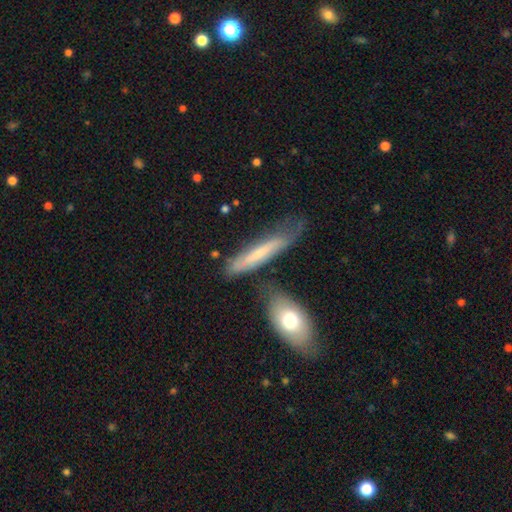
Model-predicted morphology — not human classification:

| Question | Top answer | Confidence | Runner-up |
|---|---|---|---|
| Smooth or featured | smooth | 53% | featured or disk (39%) |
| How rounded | cigar-shaped | 84% | in between (14%) |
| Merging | none | 58% | minor disturbance (25%) |